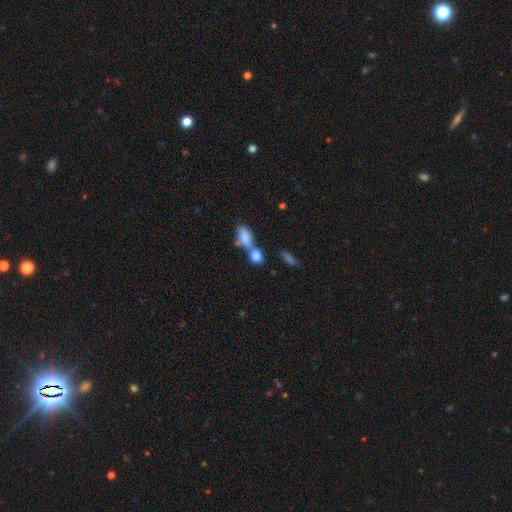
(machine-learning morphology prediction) Overall: smooth (80%). How rounded: round (48%; in between 46%). Merging: merger (50%; none 37%).